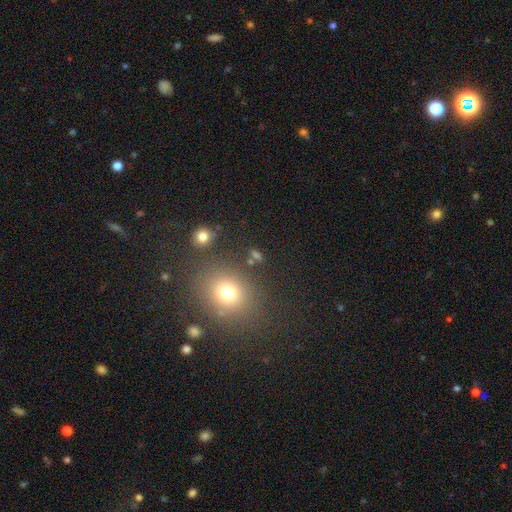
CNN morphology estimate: Overall: smooth (65%; star or artifact 25%). How rounded: round (64%; in between 33%). Merging: none (79%).